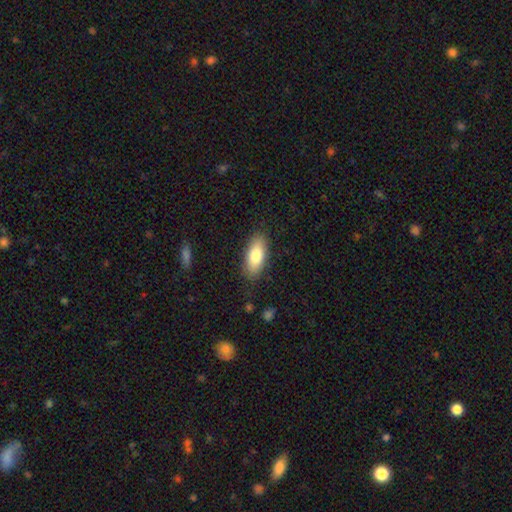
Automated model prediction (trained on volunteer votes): A smooth galaxy with no disk features (79%) that is in between round and cigar-shaped (82%). Merging: none (86%).